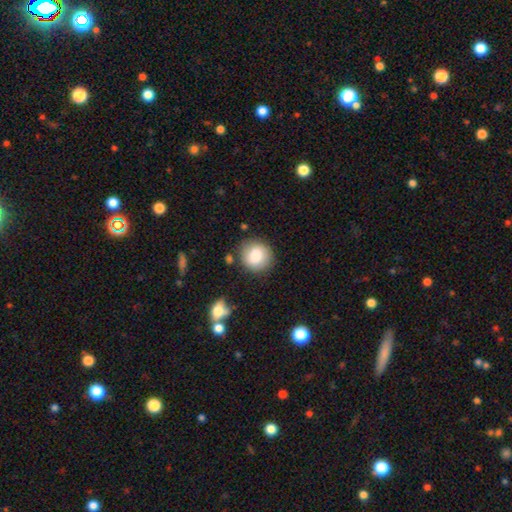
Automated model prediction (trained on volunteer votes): Q: Smooth or featured?
A: smooth (82%); runner-up: featured or disk (10%)
Q: How rounded?
A: round (87%); runner-up: in between (12%)
Q: Merging?
A: none (80%); runner-up: minor disturbance (13%)